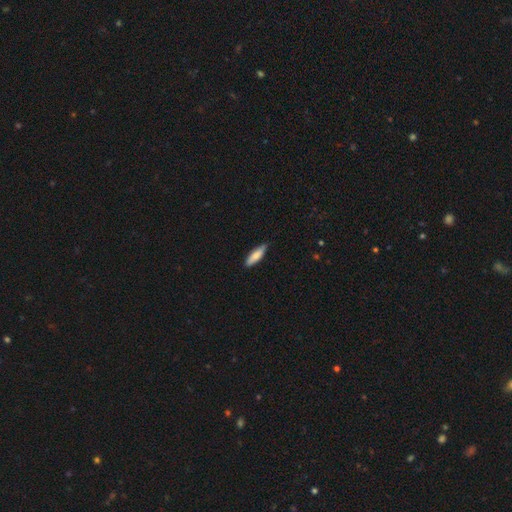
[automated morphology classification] The model was most divided on "how rounded": cigar-shaped: 61%, in between: 37%, round: 2%. More confident: merging — none (84%); smooth or featured — smooth (80%).